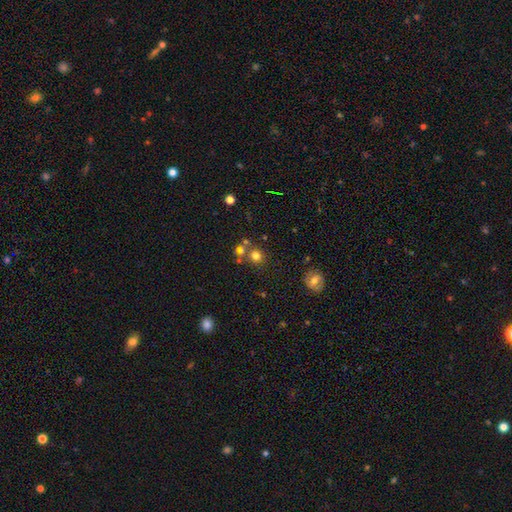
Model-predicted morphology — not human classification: A smooth galaxy with no disk features (72%) that is round (83%).

Vote fractions:
- Smooth or featured? smooth: 72% / star or artifact: 17% / featured or disk: 11%
- How rounded? round: 83% / in between: 16% / cigar-shaped: 1%
- Merging? none: 61% / merger: 26% / minor disturbance: 9% / major disturbance: 4%